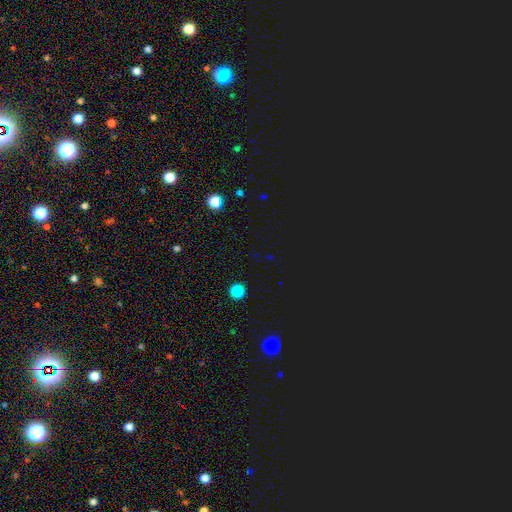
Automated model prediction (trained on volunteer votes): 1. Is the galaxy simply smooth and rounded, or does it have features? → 62% star or artifact, 32% smooth, 6% featured or disk.